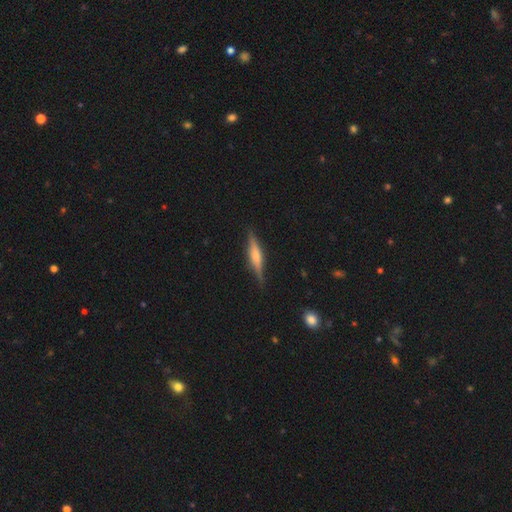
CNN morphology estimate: featured or disk 59%, smooth 35%, star or artifact 7%. Down the decision tree: edge-on disk — yes (96%); edge-on bulge — rounded (58%); merging — none (86%).